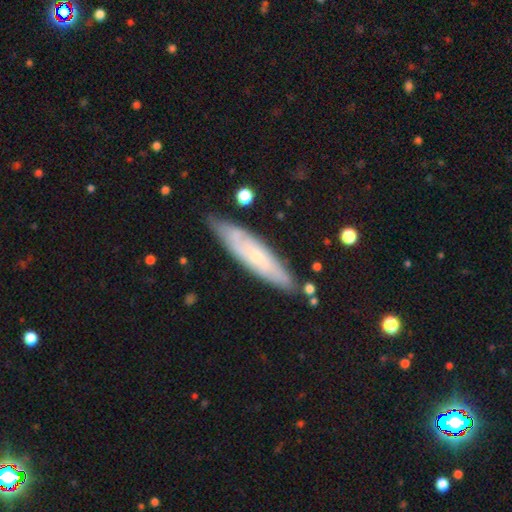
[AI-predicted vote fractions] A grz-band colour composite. It shows a featured or disk galaxy (53%). Merging: none (77%).